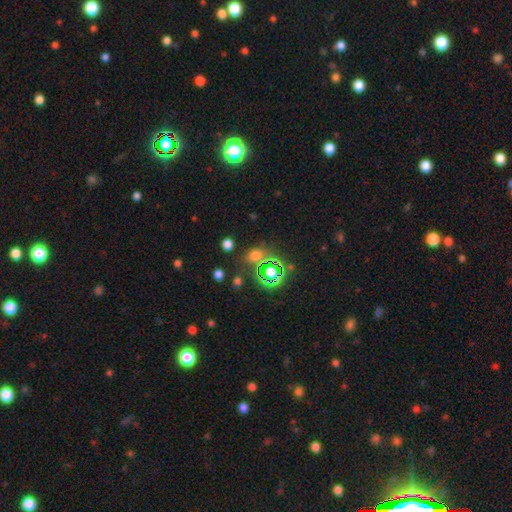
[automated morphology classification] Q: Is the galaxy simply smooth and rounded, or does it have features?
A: smooth — 57%.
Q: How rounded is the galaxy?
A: round — 61%.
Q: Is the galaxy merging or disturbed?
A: none — 76%.